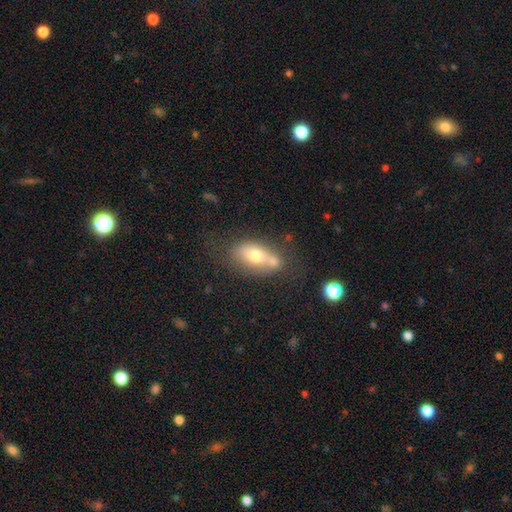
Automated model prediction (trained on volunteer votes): This appears to be a smooth galaxy with no disk features (60%) that is in between round and cigar-shaped (82%). Merging: none (41%).